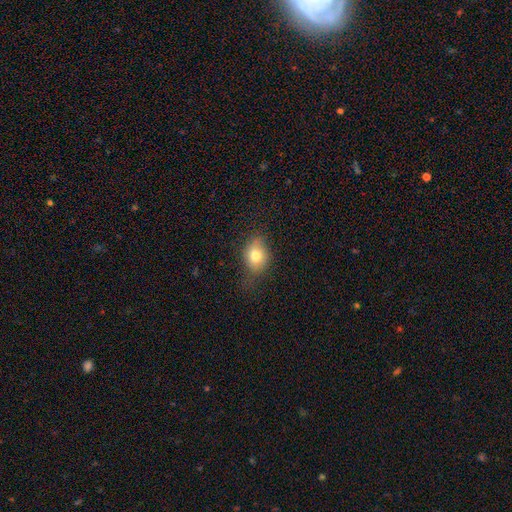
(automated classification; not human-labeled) Smooth or featured? Predicted: smooth (p=0.76). How rounded? Predicted: in between (p=0.59). Merging? Predicted: none (p=0.63).